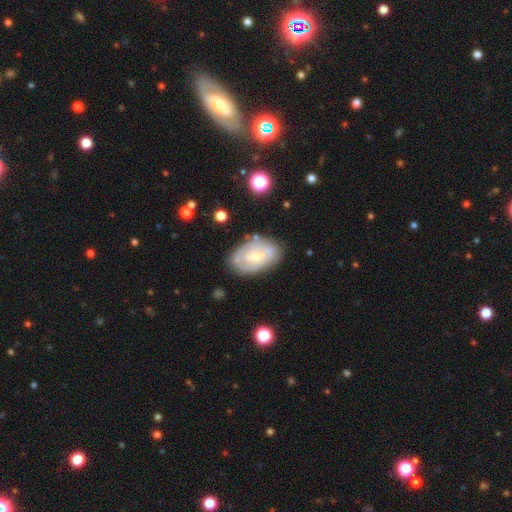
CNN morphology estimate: smooth_or_featured: featured or disk (p=0.74) [alt: smooth p=0.21]
disk_edge_on: no (p=0.97) [alt: yes p=0.03]
bar: no (p=0.52) [alt: weak p=0.39]
has_spiral_arms: yes (p=0.81) [alt: no p=0.19]
spiral_winding: tight (p=0.60) [alt: medium p=0.31]
spiral_arm_count: 2 (p=0.46) [alt: can't tell p=0.35]
bulge_size: small (p=0.63) [alt: moderate p=0.28]
merging: none (p=0.72) [alt: minor disturbance p=0.19]